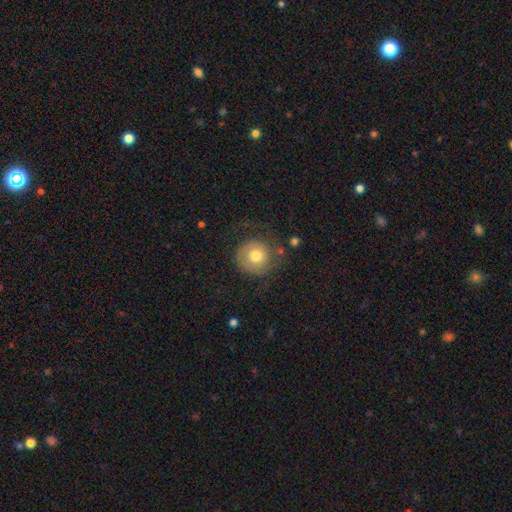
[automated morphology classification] This is likely a smooth galaxy (61%). How rounded: clearly round (91%). Merging: likely none (60%).